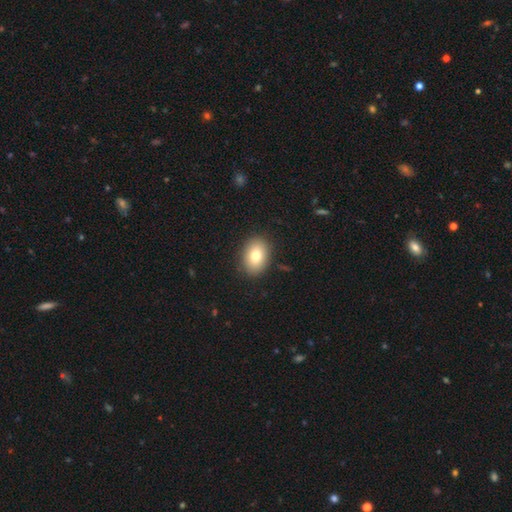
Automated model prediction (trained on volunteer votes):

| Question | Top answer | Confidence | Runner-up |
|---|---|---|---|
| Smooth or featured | smooth | 80% | featured or disk (12%) |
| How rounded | in between | 77% | round (22%) |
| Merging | none | 89% | minor disturbance (8%) |